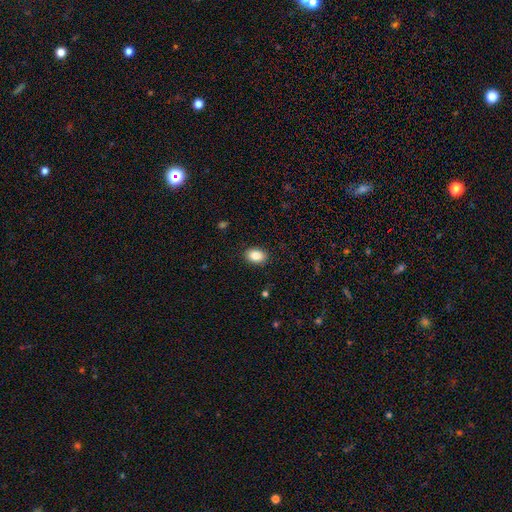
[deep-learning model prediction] Smooth or featured? Predicted: smooth (p=0.87). How rounded? Predicted: in between (p=0.79). Merging? Predicted: none (p=0.89).